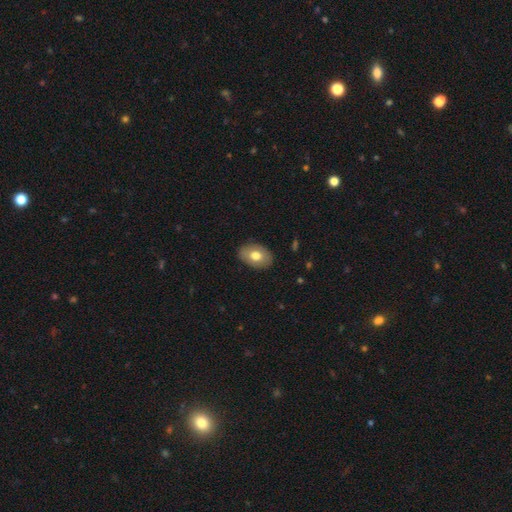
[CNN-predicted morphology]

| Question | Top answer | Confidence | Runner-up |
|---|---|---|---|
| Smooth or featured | smooth | 71% | featured or disk (22%) |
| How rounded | in between | 83% | round (16%) |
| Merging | none | 88% | minor disturbance (9%) |